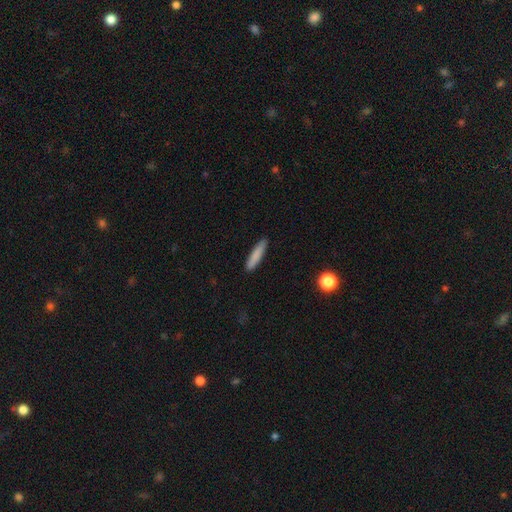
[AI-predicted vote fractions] Smooth or featured?
  - smooth: 83% *
  - featured or disk: 10%
  - star or artifact: 6%
How rounded?
  - cigar-shaped: 87% *
  - in between: 12%
  - round: 1%
Merging?
  - none: 89% *
  - minor disturbance: 8%
  - major disturbance: 2%
  - merger: 1%